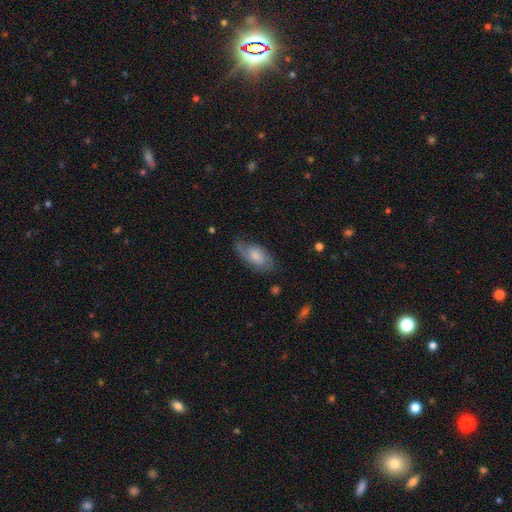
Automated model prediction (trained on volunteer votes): Morphology: type=smooth (51%); roundness=in between (91%); merging=none (62%).